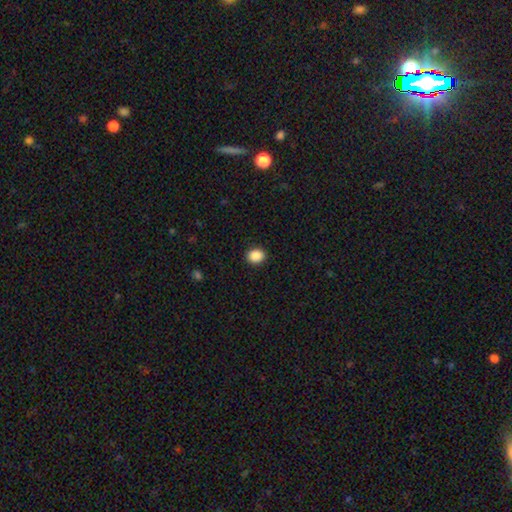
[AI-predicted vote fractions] Morphology: type=smooth (89%); roundness=round (62%); merging=none (91%).